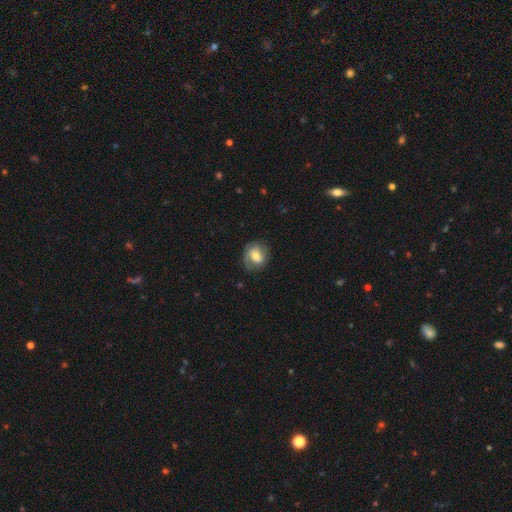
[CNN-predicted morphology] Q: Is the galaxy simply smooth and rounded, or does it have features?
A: smooth — 49%.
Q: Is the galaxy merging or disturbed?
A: none — 69%.